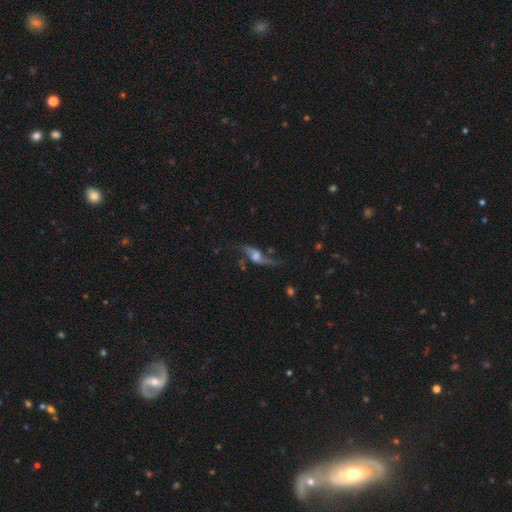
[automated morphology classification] Q: Smooth or featured?
A: featured or disk (76%); runner-up: smooth (16%)
Q: Edge-on disk?
A: no (80%); runner-up: yes (20%)
Q: Bar?
A: no (53%); runner-up: weak (36%)
Q: Spiral arms?
A: yes (89%); runner-up: no (11%)
Q: Spiral winding?
A: loose (90%); runner-up: medium (7%)
Q: Spiral arm count?
A: 2 (90%); runner-up: 1 (4%)
Q: Bulge size?
A: moderate (45%); runner-up: small (26%)
Q: Merging?
A: none (53%); runner-up: minor disturbance (22%)